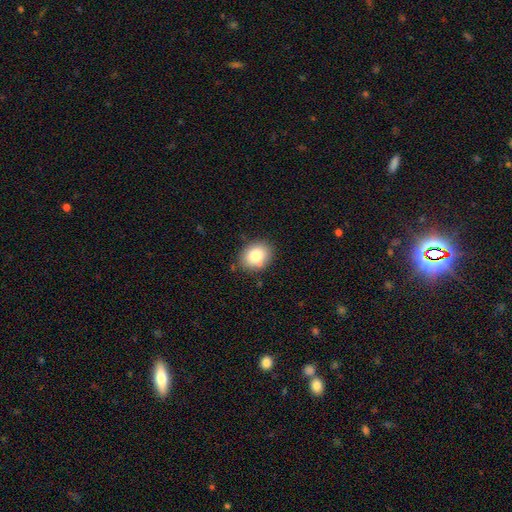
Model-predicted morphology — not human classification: type=smooth (83%); roundness=in between (54%); merging=none (83%).